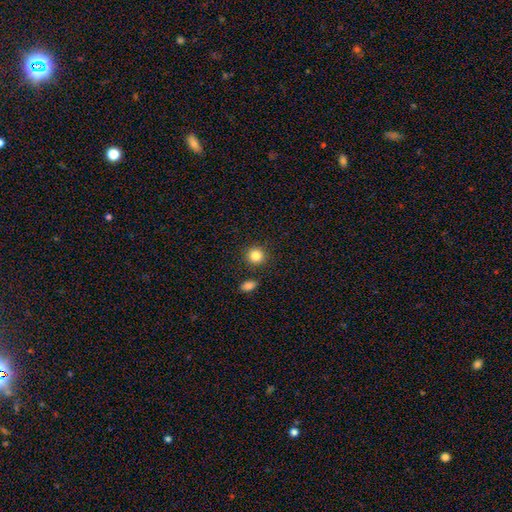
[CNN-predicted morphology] Smooth or featured: smooth — 85% (star or artifact — 10%)
How rounded: round — 90% (in between — 9%)
Merging: none — 87% (minor disturbance — 7%)